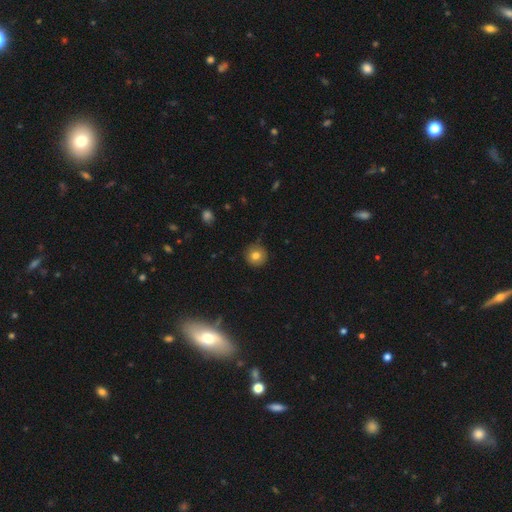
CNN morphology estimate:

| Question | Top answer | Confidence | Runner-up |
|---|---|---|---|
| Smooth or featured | smooth | 79% | star or artifact (11%) |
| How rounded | round | 94% | in between (5%) |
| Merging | none | 86% | minor disturbance (10%) |